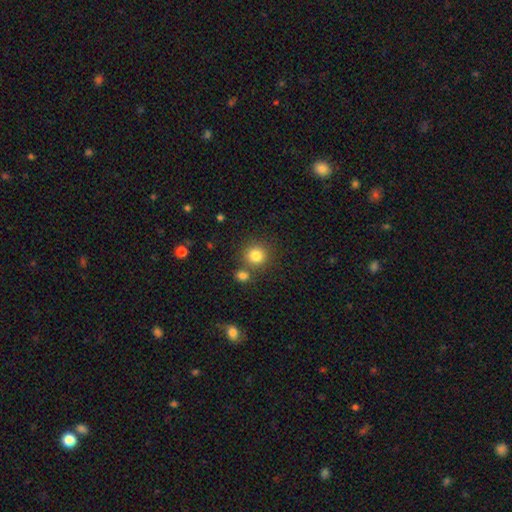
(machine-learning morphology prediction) This is clearly a smooth galaxy (83%). How rounded: clearly round (91%). Merging: likely none (74%).